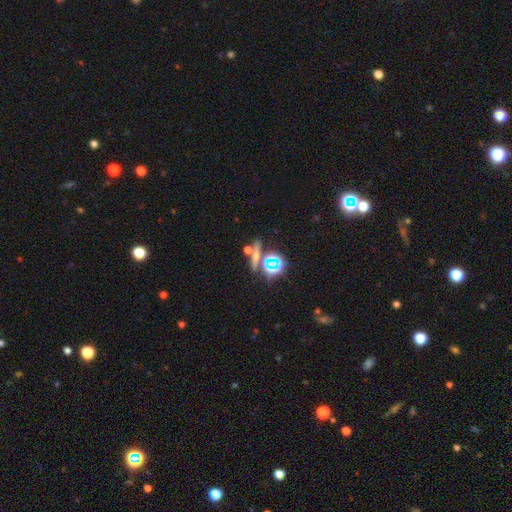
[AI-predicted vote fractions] smooth_or_featured: star or artifact (p=0.39) [alt: smooth p=0.38]